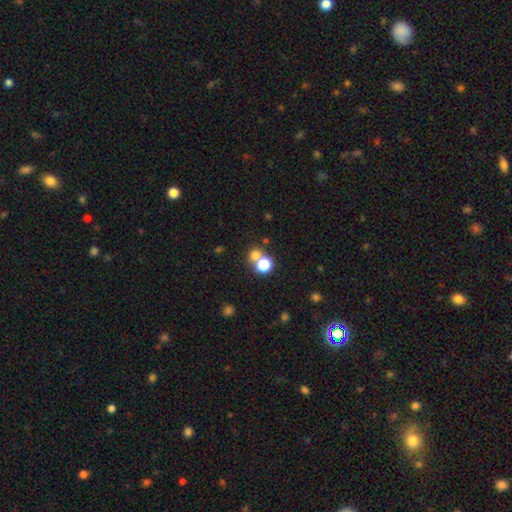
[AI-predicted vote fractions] smooth_or_featured: smooth (p=0.71) [alt: star or artifact p=0.20]
how_rounded: round (p=0.82) [alt: in between p=0.17]
merging: none (p=0.49) [alt: merger p=0.41]